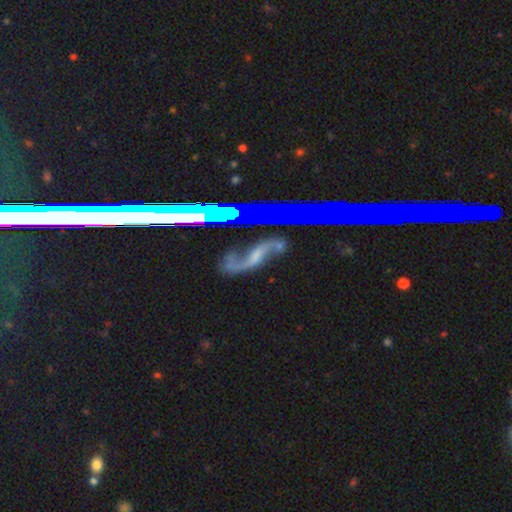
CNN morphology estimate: Smooth or featured? star or artifact (60%)